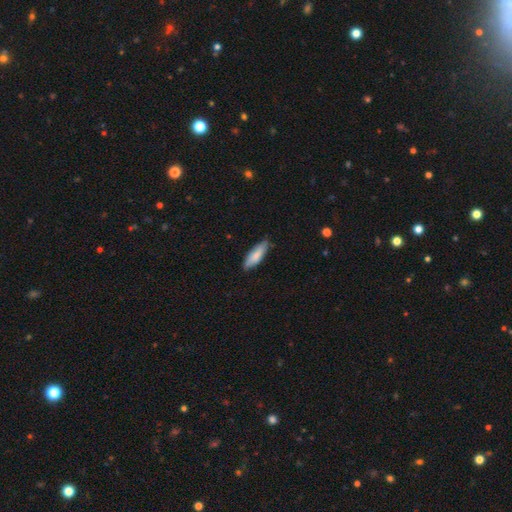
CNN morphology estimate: smooth-or-featured: smooth: 81% | featured or disk: 13% | star or artifact: 5%
  how-rounded: in between: 54% | cigar-shaped: 45% | round: 2%
  merging: none: 80% | minor disturbance: 17% | major disturbance: 2% | merger: 1%